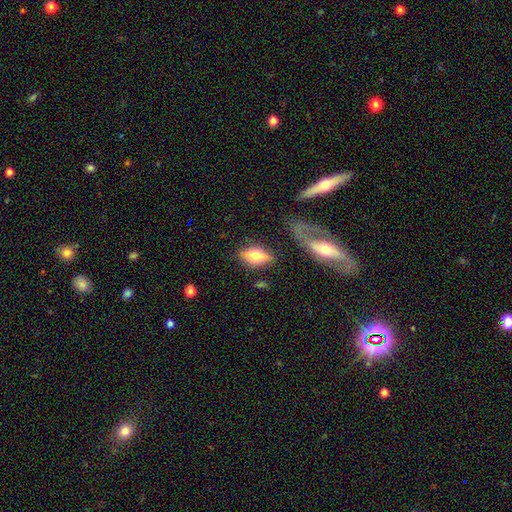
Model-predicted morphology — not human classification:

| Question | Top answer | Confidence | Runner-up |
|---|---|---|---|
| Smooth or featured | smooth | 57% | featured or disk (36%) |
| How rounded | in between | 76% | cigar-shaped (18%) |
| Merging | none | 73% | minor disturbance (16%) |